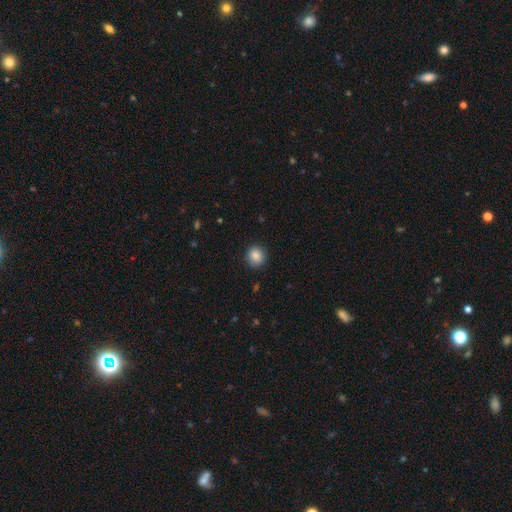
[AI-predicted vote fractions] Q: Smooth or featured?
A: smooth (87%); runner-up: star or artifact (9%)
Q: How rounded?
A: round (86%); runner-up: in between (13%)
Q: Merging?
A: none (90%); runner-up: minor disturbance (7%)